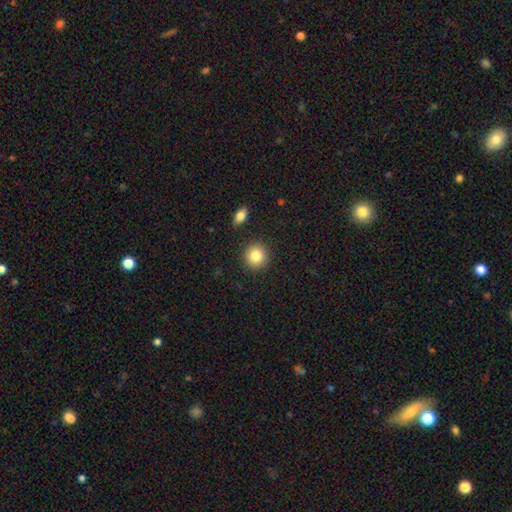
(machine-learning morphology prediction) This appears to be a smooth galaxy with no disk features (83%) that is round (91%). Merging: none (90%).